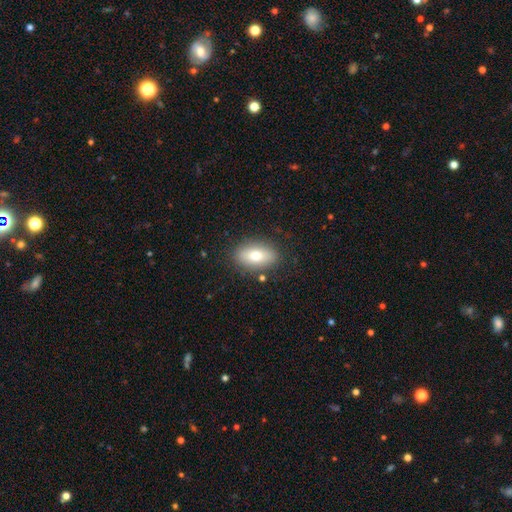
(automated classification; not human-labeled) Smooth or featured: smooth — 74% (featured or disk — 18%)
How rounded: in between — 88% (round — 8%)
Merging: none — 85% (minor disturbance — 10%)